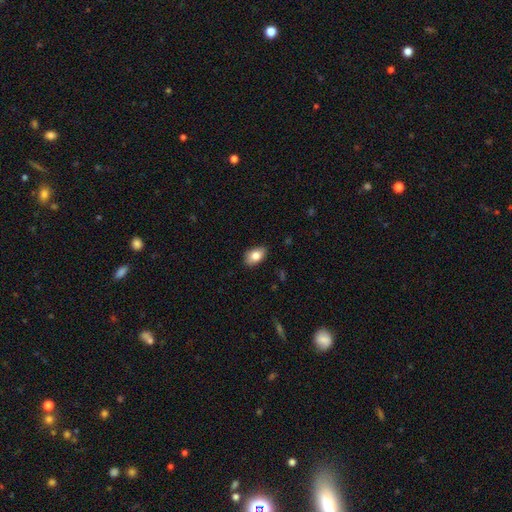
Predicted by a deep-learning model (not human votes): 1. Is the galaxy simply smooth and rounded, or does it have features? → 83% smooth, 10% featured or disk, 7% star or artifact.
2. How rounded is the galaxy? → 90% in between, 8% round, 2% cigar-shaped.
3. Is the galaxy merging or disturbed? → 85% none, 12% minor disturbance, 2% major disturbance, 1% merger.